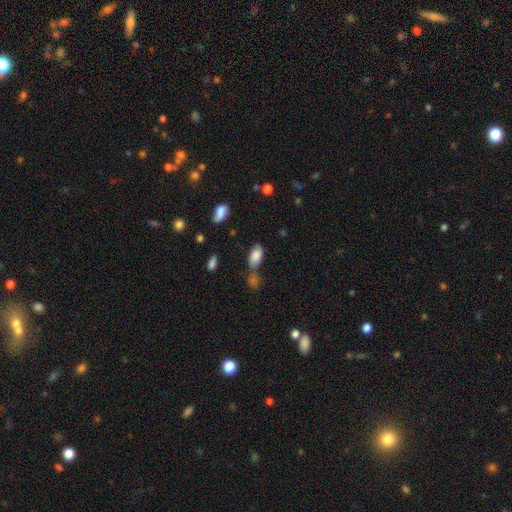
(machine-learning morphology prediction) This is likely a smooth galaxy (79%). How rounded: clearly in between (92%). Merging: possibly none (46%).